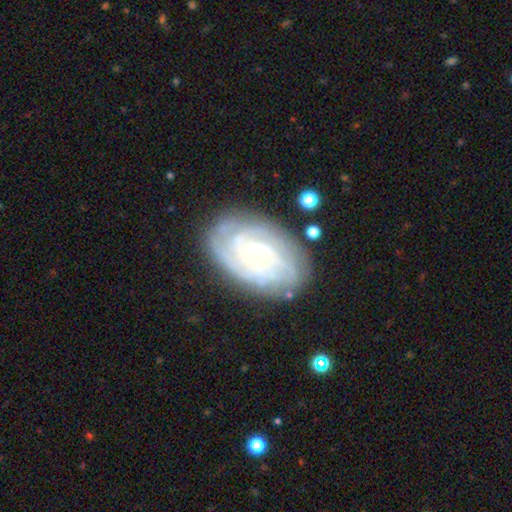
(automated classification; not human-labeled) smooth-or-featured: featured or disk: 85% | smooth: 10% | star or artifact: 6%
  disk-edge-on: no: 96% | yes: 4%
    bar: no: 72% | weak: 23% | strong: 5%
    has-spiral-arms: yes: 97% | no: 3%
      spiral-winding: tight: 75% | medium: 21% | loose: 4%
      spiral-arm-count: can't tell: 29% | 4: 26% | 3: 18% | more than 4: 12% | 2: 10% | 1: 6%
    bulge-size: small: 73% | moderate: 23% | none: 2% | large: 2% | dominant: 1%
  merging: none: 79% | minor disturbance: 15% | major disturbance: 4% | merger: 2%